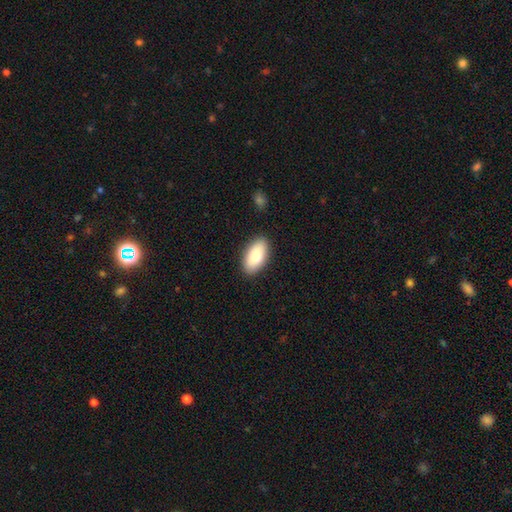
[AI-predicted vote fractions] Smooth or featured? smooth (79%)
How rounded? in between (94%)
Merging? none (88%)